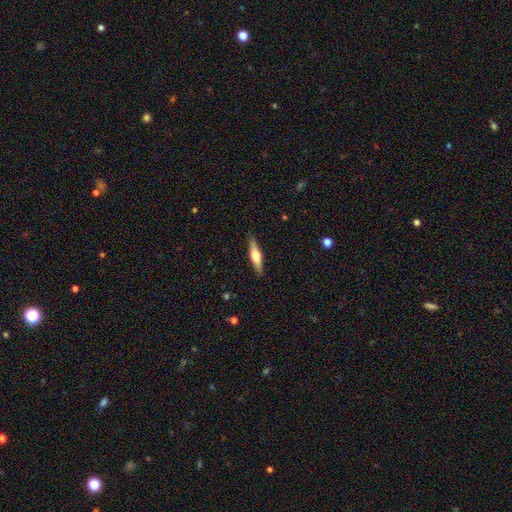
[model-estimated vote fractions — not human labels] Smooth or featured? featured or disk (54%)
Edge-on disk? yes (95%)
Edge-on bulge? rounded (90%)
Merging? none (88%)